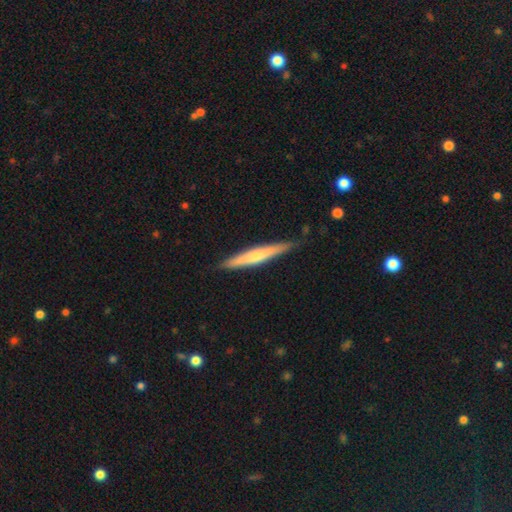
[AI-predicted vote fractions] Smooth or featured: featured or disk — 48% (smooth — 47%)
Merging: none — 86% (minor disturbance — 11%)